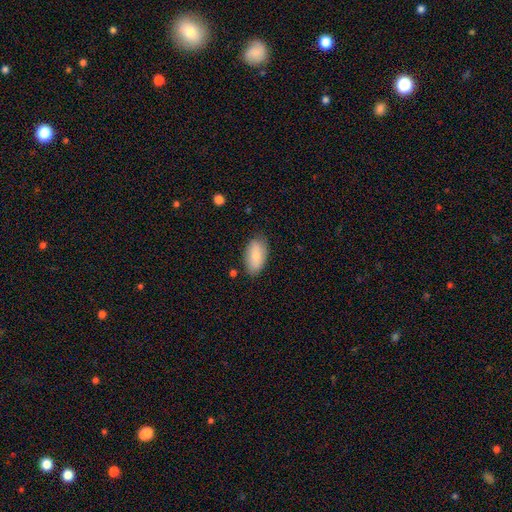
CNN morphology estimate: A smooth galaxy with no disk features (79%) that is in between round and cigar-shaped (94%).

Vote fractions:
- Smooth or featured? smooth: 79% / featured or disk: 15% / star or artifact: 6%
- How rounded? in between: 94% / round: 4% / cigar-shaped: 3%
- Merging? none: 79% / minor disturbance: 16% / major disturbance: 3% / merger: 2%